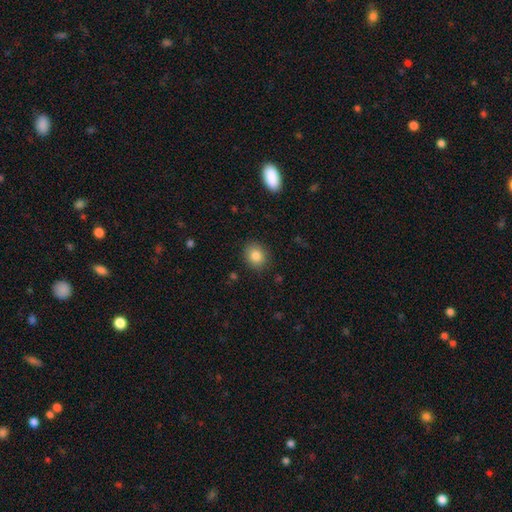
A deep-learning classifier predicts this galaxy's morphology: This appears to be a smooth galaxy with no disk features (84%) that is round (70%). Merging: none (89%).